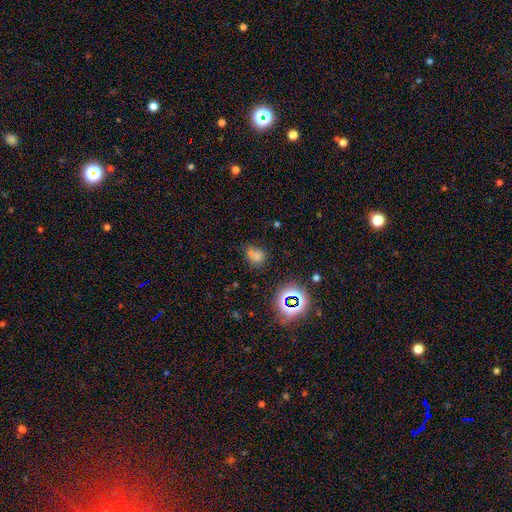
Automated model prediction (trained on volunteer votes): This appears to be a smooth galaxy with no disk features (61%) that is round (71%). Merging: none (50%).